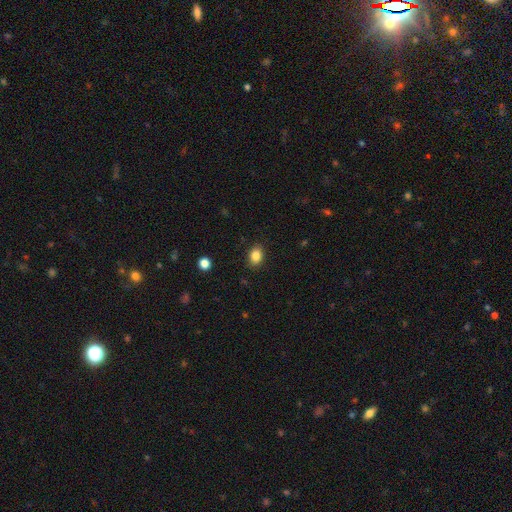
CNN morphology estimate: Smooth or featured? smooth (85%)
How rounded? in between (72%)
Merging? none (87%)